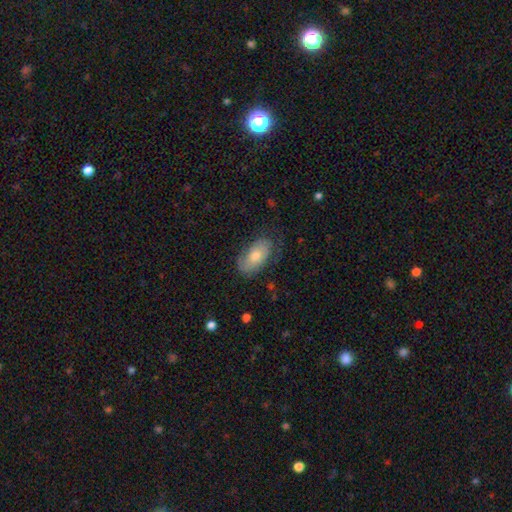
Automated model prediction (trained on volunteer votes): Smooth or featured? smooth (57%)
How rounded? in between (92%)
Merging? none (64%)